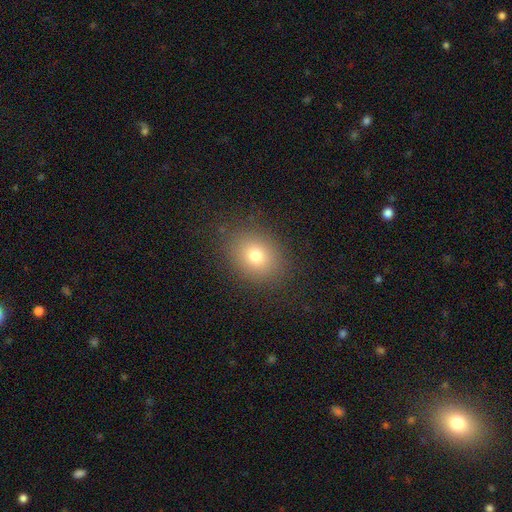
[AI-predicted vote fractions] Smooth or featured? smooth (76%)
How rounded? round (50%)
Merging? none (86%)